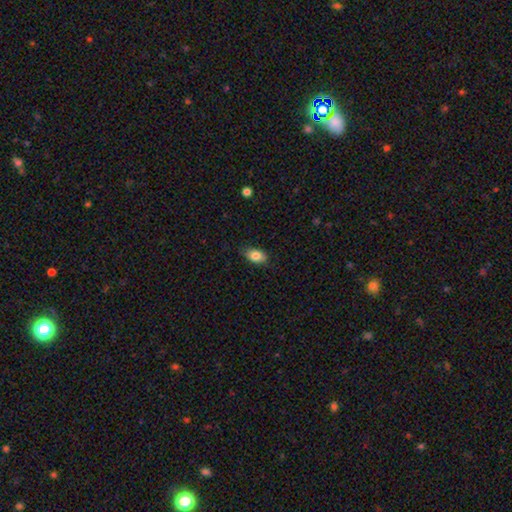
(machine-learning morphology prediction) The model was most divided on "merging": none: 82%, minor disturbance: 15%, major disturbance: 2%, merger: 1%. More confident: how rounded — in between (88%); smooth or featured — smooth (83%).